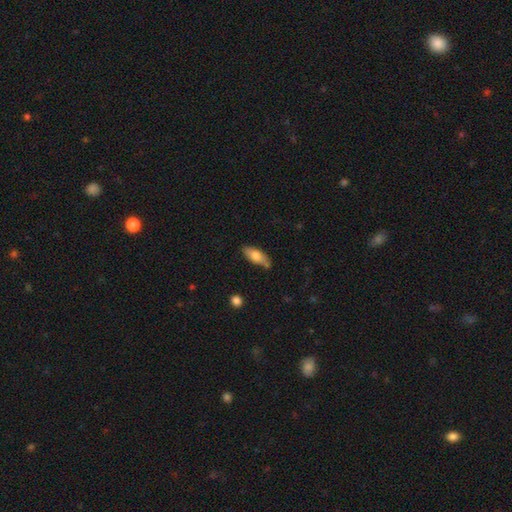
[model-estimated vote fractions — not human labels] A smooth galaxy with no disk features (73%) that is in between round and cigar-shaped (73%). Merging: none (73%).